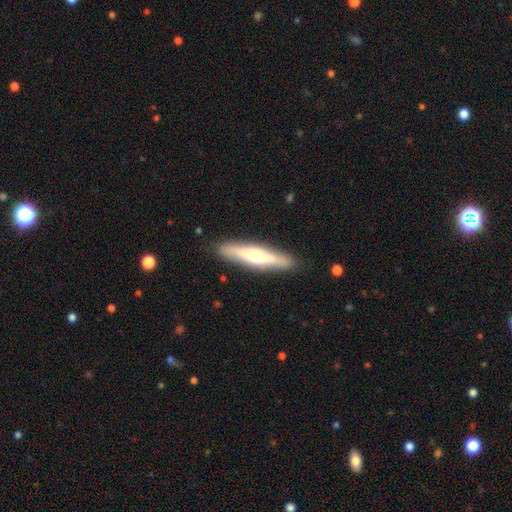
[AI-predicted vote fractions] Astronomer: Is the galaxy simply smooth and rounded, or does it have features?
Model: featured or disk — 51% (runner-up: smooth, 44%).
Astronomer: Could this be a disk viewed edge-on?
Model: yes — 86%.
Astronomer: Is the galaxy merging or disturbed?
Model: none — 88%.